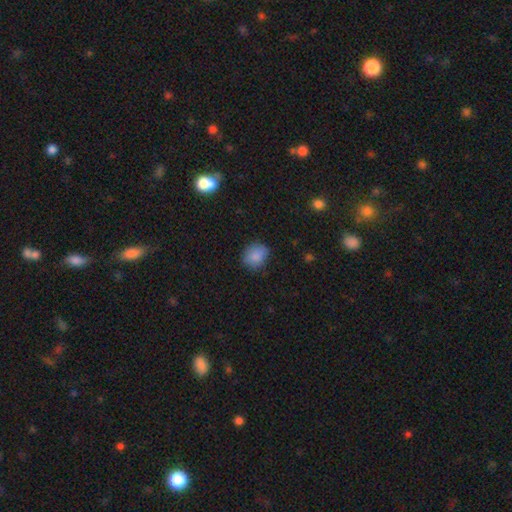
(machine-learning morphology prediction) Overall: smooth (85%). How rounded: round (56%; in between 43%). Merging: none (80%).